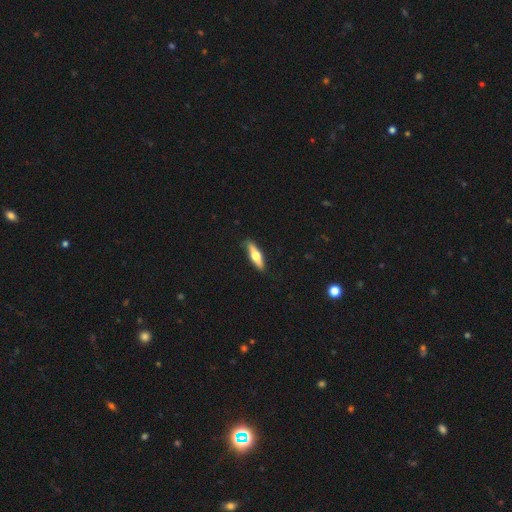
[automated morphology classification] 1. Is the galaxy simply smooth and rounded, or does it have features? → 48% featured or disk, 47% smooth, 5% star or artifact.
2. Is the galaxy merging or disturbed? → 87% none, 10% minor disturbance, 2% major disturbance, 1% merger.